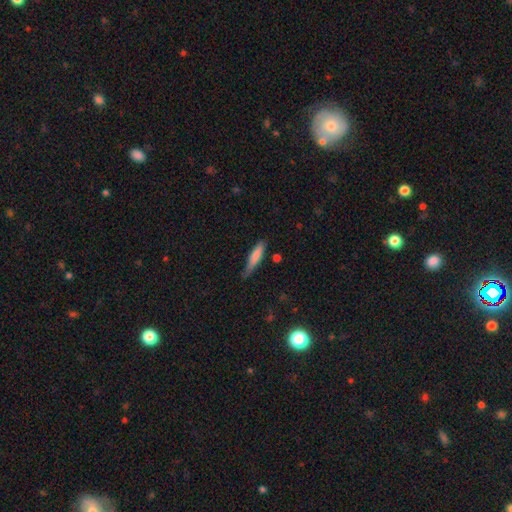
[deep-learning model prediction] A smooth galaxy with no disk features (77%) that is cigar-shaped (83%). Merging: none (64%).